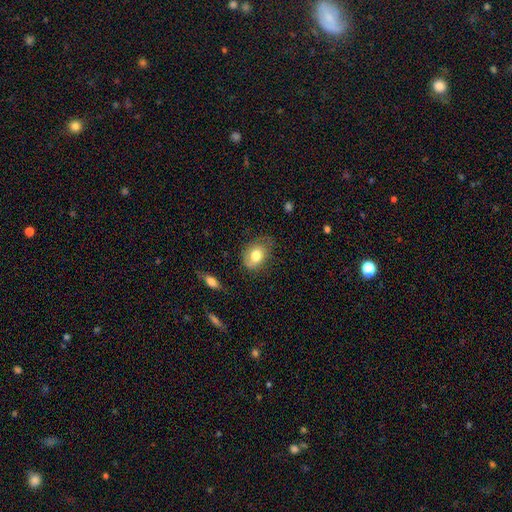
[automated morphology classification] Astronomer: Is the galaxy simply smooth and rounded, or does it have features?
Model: smooth — 75%.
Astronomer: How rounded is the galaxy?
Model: in between — 67%.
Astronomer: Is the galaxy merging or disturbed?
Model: none — 58%.